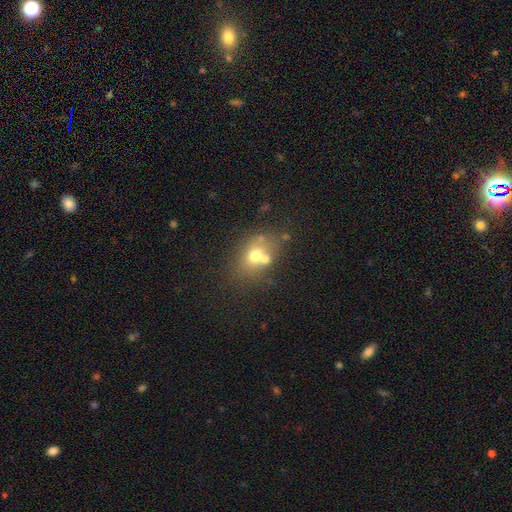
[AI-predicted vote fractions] Morphology: type=smooth (63%); roundness=in between (54%); merging=none (49%).